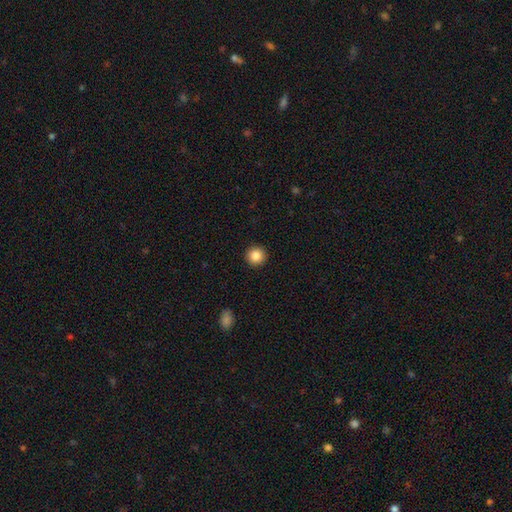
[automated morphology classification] This is clearly a smooth galaxy (85%). How rounded: clearly round (95%). Merging: clearly none (93%).